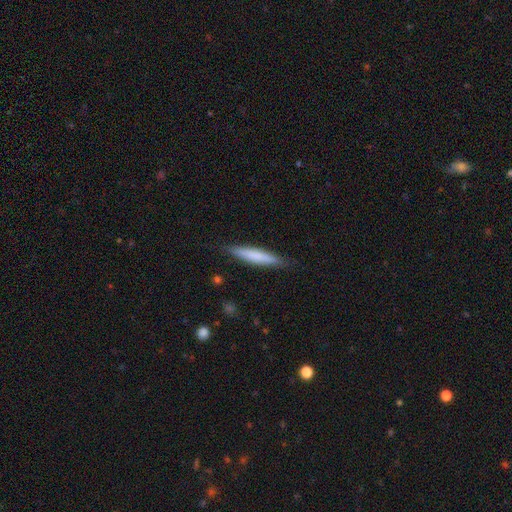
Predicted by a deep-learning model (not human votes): This appears to be a smooth galaxy with no disk features (69%) that is cigar-shaped (91%). Merging: none (86%).